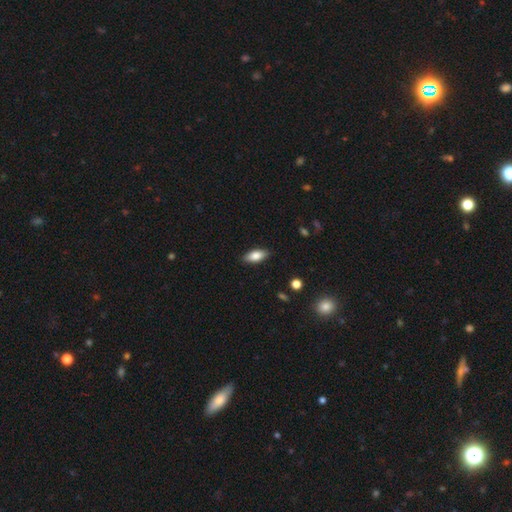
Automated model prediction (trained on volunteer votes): Smooth or featured?
  - smooth: 81% *
  - featured or disk: 12%
  - star or artifact: 7%
How rounded?
  - in between: 84% *
  - cigar-shaped: 13%
  - round: 3%
Merging?
  - none: 87% *
  - minor disturbance: 10%
  - major disturbance: 2%
  - merger: 1%